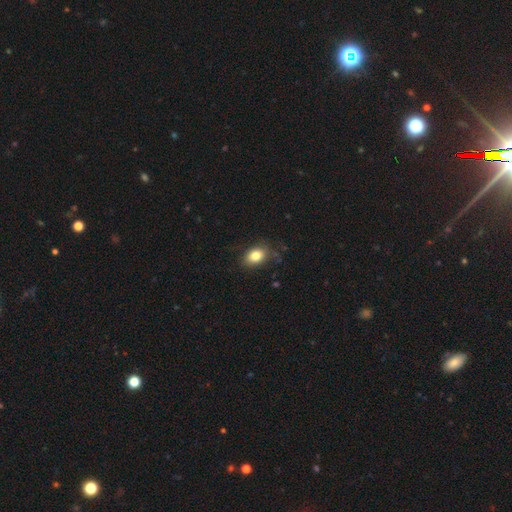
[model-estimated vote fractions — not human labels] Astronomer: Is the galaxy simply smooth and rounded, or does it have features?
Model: smooth — 82%.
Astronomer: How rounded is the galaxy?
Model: in between — 75%.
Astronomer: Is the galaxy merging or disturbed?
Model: none — 78%.